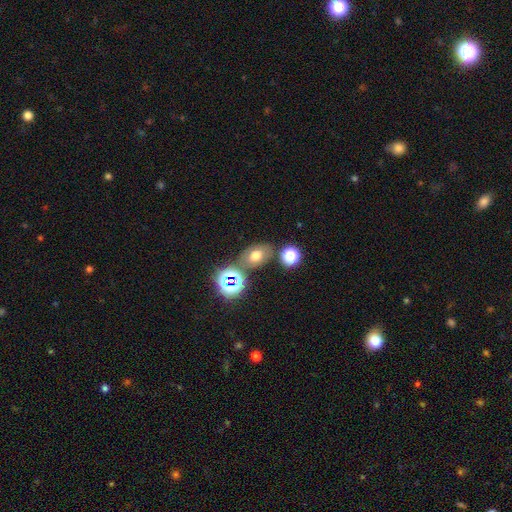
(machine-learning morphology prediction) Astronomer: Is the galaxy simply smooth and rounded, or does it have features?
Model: smooth — 61%.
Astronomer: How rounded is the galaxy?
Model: in between — 73%.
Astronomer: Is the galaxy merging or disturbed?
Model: none — 69%.